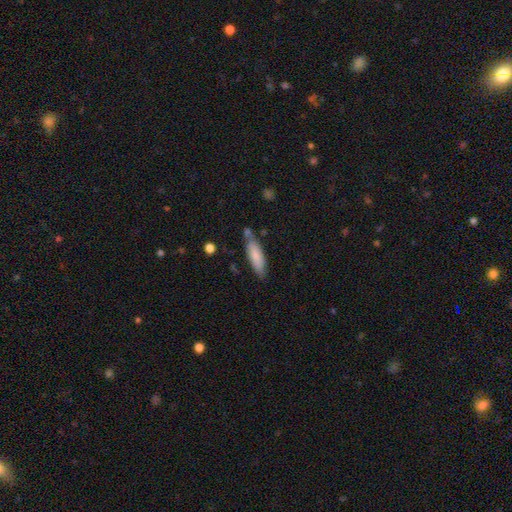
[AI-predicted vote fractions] Overall: smooth (81%). How rounded: cigar-shaped (50%; in between 49%). Merging: none (67%).